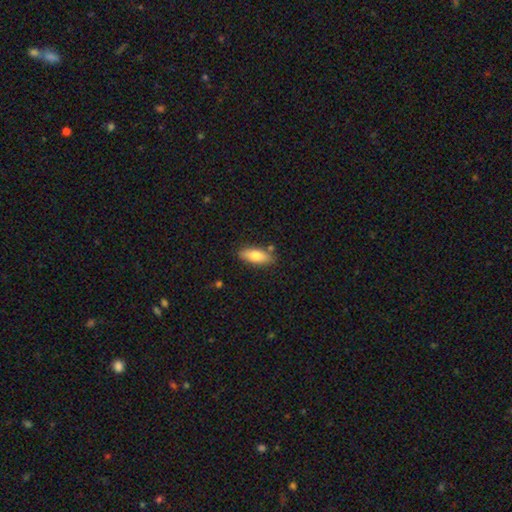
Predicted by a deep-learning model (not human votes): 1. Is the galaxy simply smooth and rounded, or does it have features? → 73% smooth, 21% featured or disk, 6% star or artifact.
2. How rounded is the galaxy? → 69% in between, 28% cigar-shaped, 3% round.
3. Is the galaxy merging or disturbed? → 82% none, 12% minor disturbance, 4% merger, 2% major disturbance.